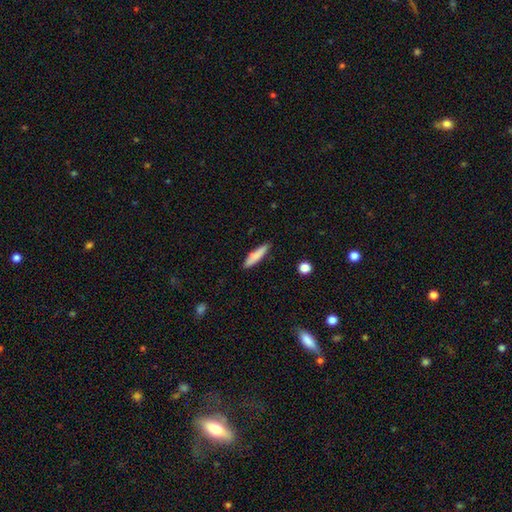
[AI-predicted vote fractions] Q: Smooth or featured?
A: smooth (81%); runner-up: featured or disk (13%)
Q: How rounded?
A: cigar-shaped (81%); runner-up: in between (18%)
Q: Merging?
A: none (84%); runner-up: minor disturbance (11%)